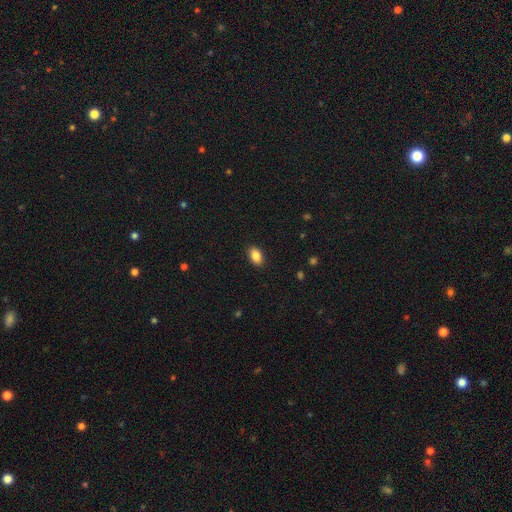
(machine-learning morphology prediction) This appears to be a smooth galaxy with no disk features (87%) that is in between round and cigar-shaped (89%). Merging: none (90%).